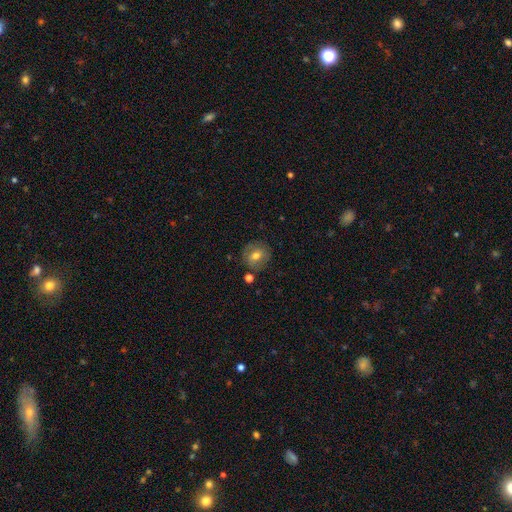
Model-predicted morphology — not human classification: This appears to be a smooth galaxy with no disk features (65%) that is round (85%). Merging: none (78%).